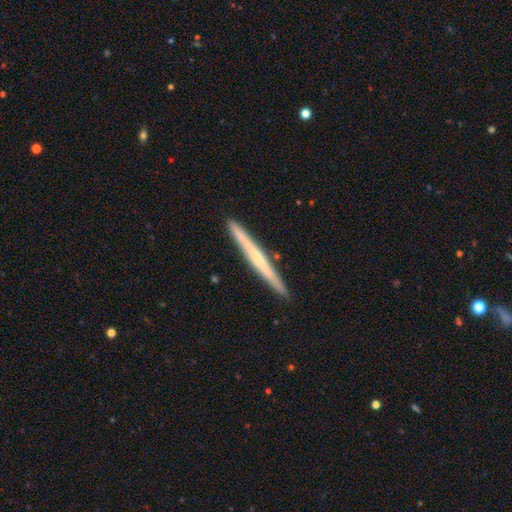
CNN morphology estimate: Smooth or featured? featured or disk (51%)
Edge-on disk? yes (98%)
Edge-on bulge? none (75%)
Merging? none (91%)